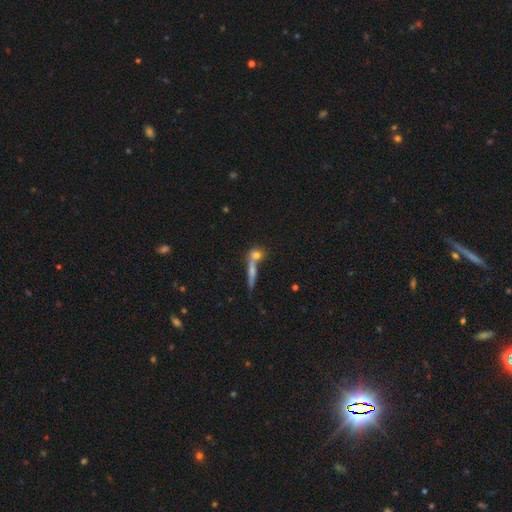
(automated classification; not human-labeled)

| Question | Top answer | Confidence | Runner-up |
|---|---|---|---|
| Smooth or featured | smooth | 48% | featured or disk (35%) |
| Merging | none | 51% | merger (34%) |